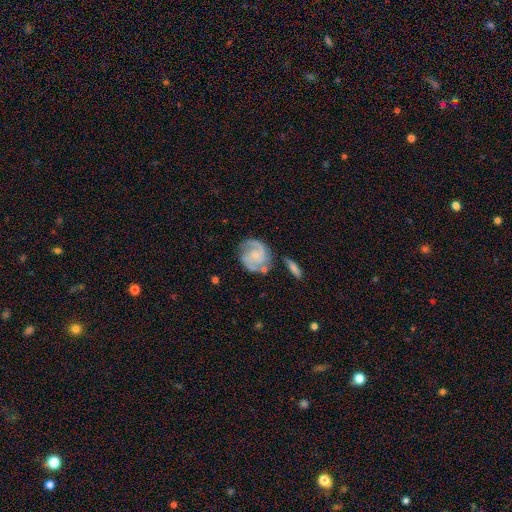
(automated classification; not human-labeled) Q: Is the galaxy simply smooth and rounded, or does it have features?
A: featured or disk — 84%.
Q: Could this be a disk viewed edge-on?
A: no — 98%.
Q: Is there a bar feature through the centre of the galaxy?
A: no — 61%.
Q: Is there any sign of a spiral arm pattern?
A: yes — 96%.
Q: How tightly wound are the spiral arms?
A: medium — 51%.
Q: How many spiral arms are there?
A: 2 — 83%.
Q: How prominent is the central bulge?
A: small — 64%.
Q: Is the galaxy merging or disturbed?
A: none — 66%.